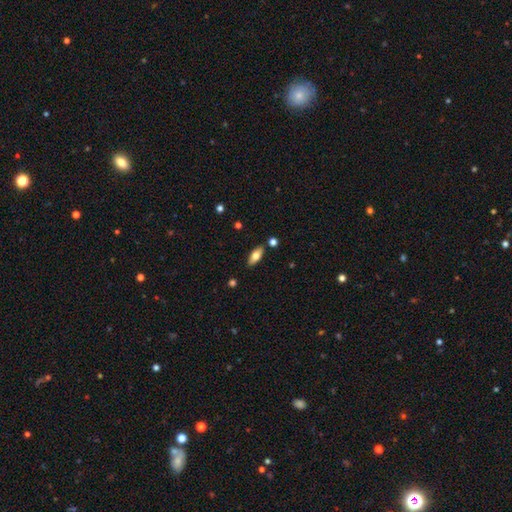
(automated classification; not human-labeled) Overall: smooth (71%). How rounded: in between (81%). Merging: none (85%).